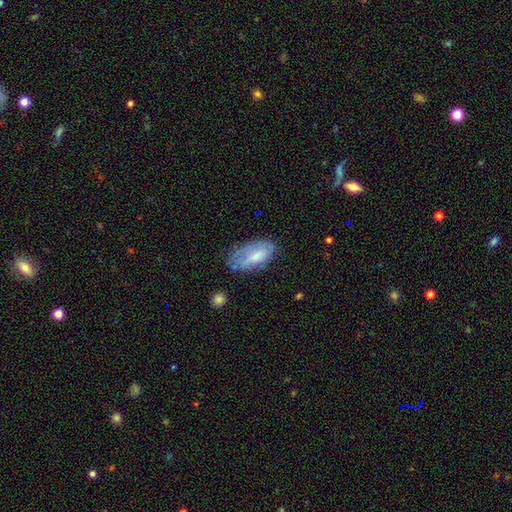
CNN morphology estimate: smooth 60%, featured or disk 32%, star or artifact 7%. Down the decision tree: how rounded — in between (89%); merging — none (53%).